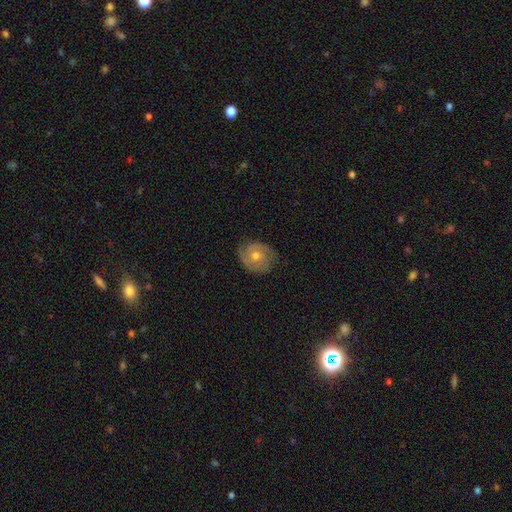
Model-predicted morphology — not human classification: Q: Smooth or featured?
A: featured or disk (74%); runner-up: smooth (19%)
Q: Edge-on disk?
A: no (97%); runner-up: yes (3%)
Q: Bar?
A: no (74%); runner-up: weak (22%)
Q: Spiral arms?
A: yes (91%); runner-up: no (9%)
Q: Spiral winding?
A: tight (55%); runner-up: medium (35%)
Q: Spiral arm count?
A: 2 (67%); runner-up: can't tell (14%)
Q: Bulge size?
A: moderate (65%); runner-up: small (31%)
Q: Merging?
A: none (77%); runner-up: minor disturbance (17%)